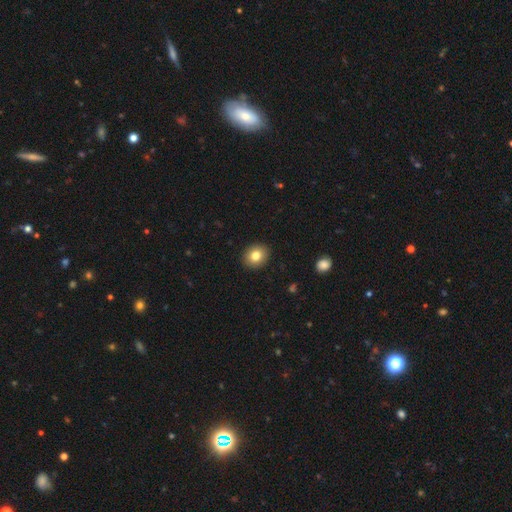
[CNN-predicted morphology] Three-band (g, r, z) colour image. It shows a smooth galaxy with no disk features (81%) that is round (67%). Merging: none (91%).